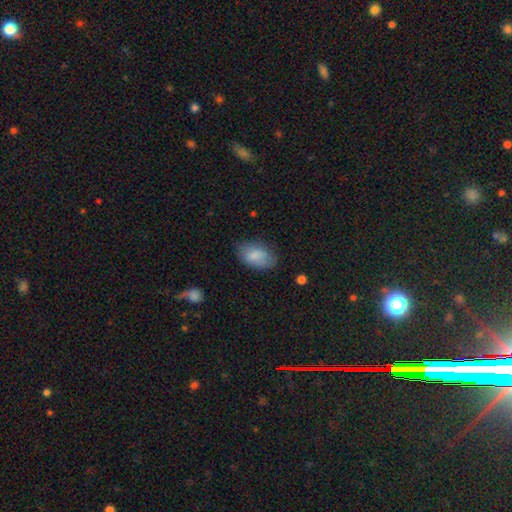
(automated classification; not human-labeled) This is clearly a smooth galaxy (82%). How rounded: clearly in between (91%). Merging: likely none (71%).